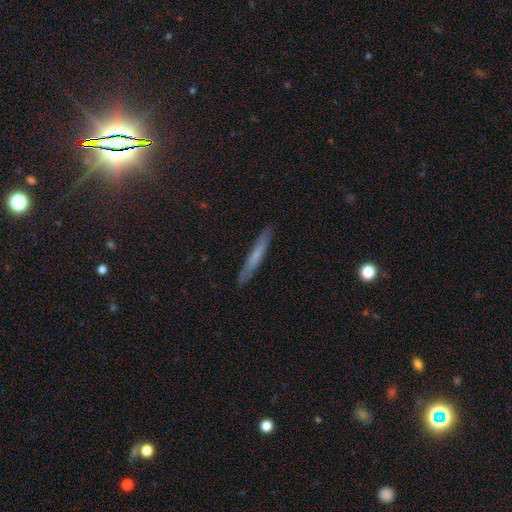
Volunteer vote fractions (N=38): A smooth galaxy with no disk features (61%) that is cigar-shaped (91%). Merging: none (84%).